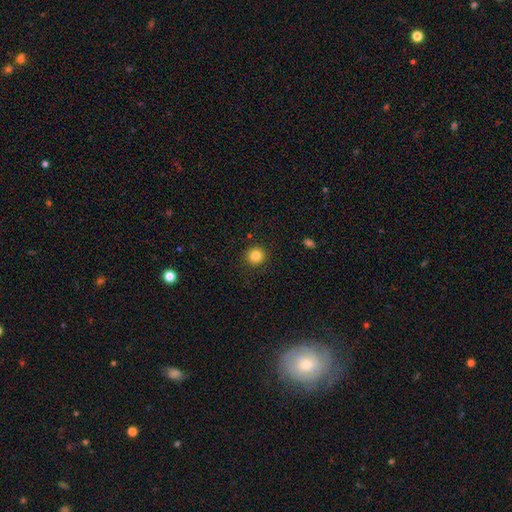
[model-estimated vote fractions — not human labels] The model was most divided on "smooth or featured": smooth: 84%, star or artifact: 11%, featured or disk: 5%. More confident: how rounded — round (92%); merging — none (90%).